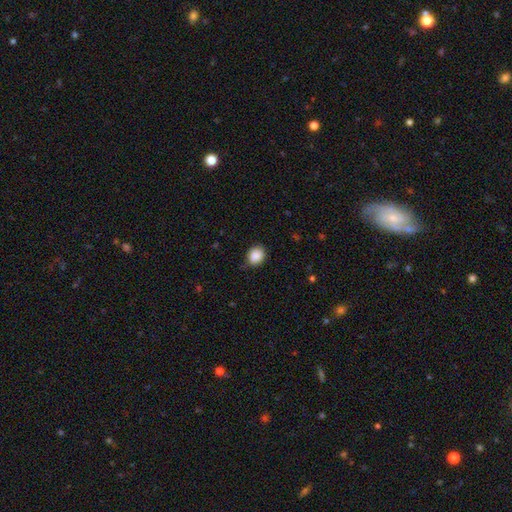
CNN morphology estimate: Q: Smooth or featured?
A: smooth (88%); runner-up: star or artifact (9%)
Q: How rounded?
A: round (63%); runner-up: in between (36%)
Q: Merging?
A: none (79%); runner-up: minor disturbance (17%)